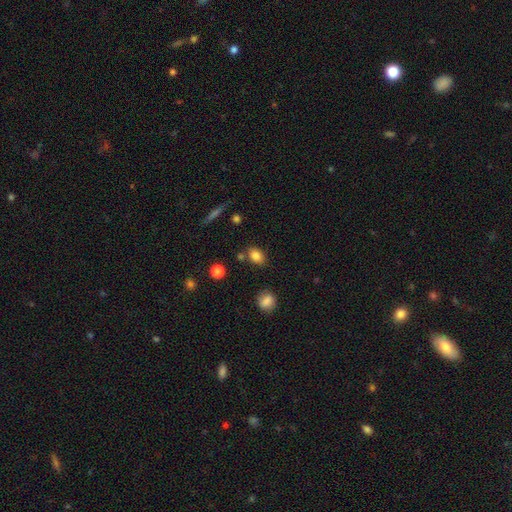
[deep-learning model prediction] Q: Smooth or featured?
A: smooth (83%); runner-up: star or artifact (10%)
Q: How rounded?
A: in between (76%); runner-up: round (22%)
Q: Merging?
A: none (76%); runner-up: minor disturbance (13%)